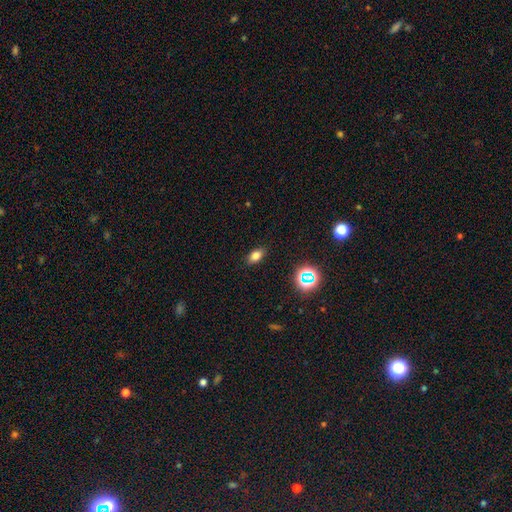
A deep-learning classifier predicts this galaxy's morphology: smooth 76%, star or artifact 15%, featured or disk 8%. Down the decision tree: how rounded — in between (85%); merging — none (87%).